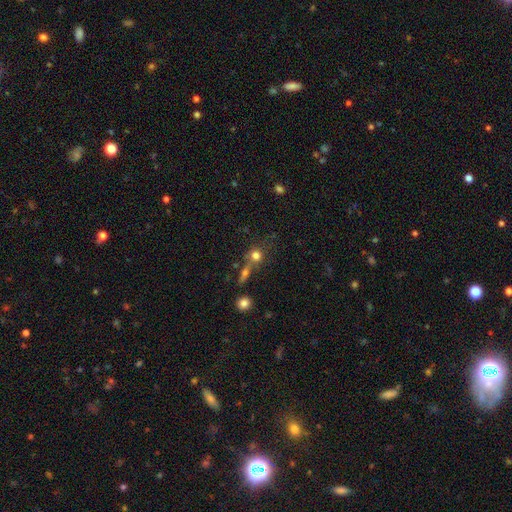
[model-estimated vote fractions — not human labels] Morphology: type=smooth (74%); roundness=round (82%); merging=none (52%).